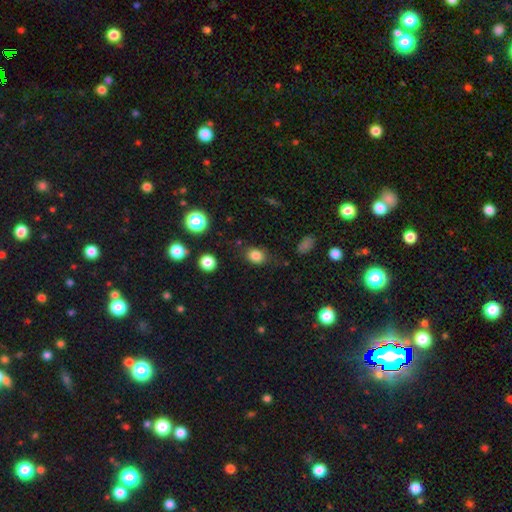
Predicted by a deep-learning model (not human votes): smooth-or-featured: smooth: 82% | star or artifact: 12% | featured or disk: 6%
  how-rounded: in between: 53% | round: 46% | cigar-shaped: 1%
  merging: none: 78% | minor disturbance: 15% | major disturbance: 5% | merger: 3%